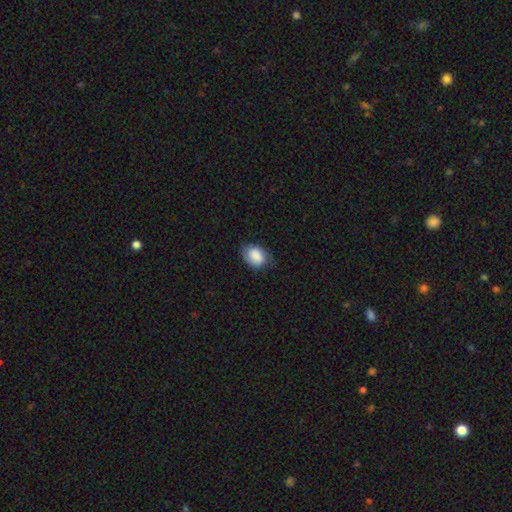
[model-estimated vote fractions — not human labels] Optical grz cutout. It shows a smooth galaxy with no disk features (81%) that is in between round and cigar-shaped (74%). Merging: none (69%).